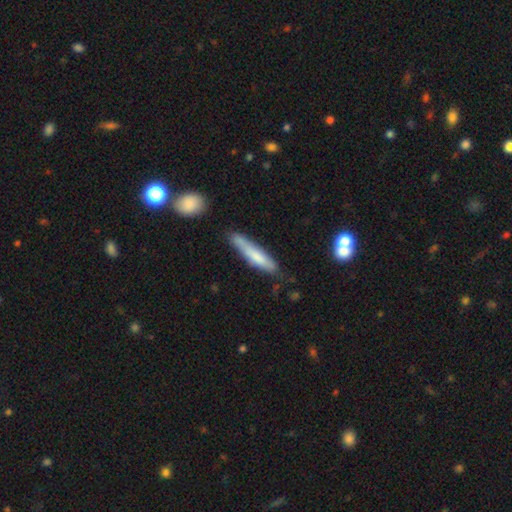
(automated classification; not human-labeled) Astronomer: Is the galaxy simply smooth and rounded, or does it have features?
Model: smooth — 69%.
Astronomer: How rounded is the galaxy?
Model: cigar-shaped — 87%.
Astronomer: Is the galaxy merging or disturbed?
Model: none — 62%.